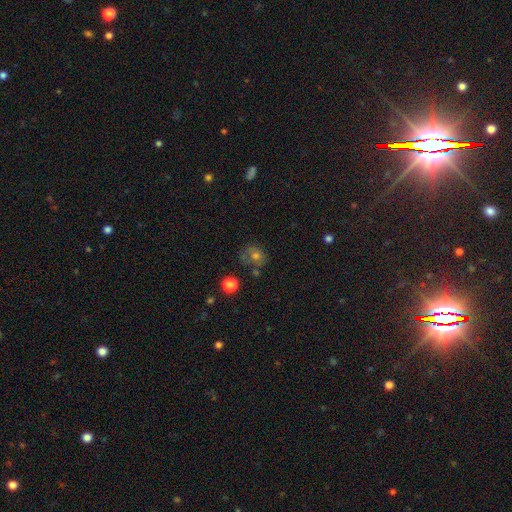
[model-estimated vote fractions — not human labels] smooth-or-featured: smooth: 61% | featured or disk: 23% | star or artifact: 16%
  how-rounded: round: 70% | in between: 29% | cigar-shaped: 1%
  merging: none: 54% | minor disturbance: 23% | major disturbance: 12% | merger: 10%